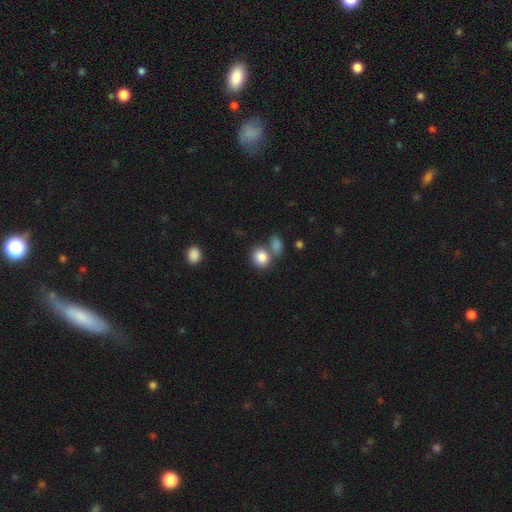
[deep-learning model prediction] Overall: smooth (46%; star or artifact 37%). Merging: none (65%).